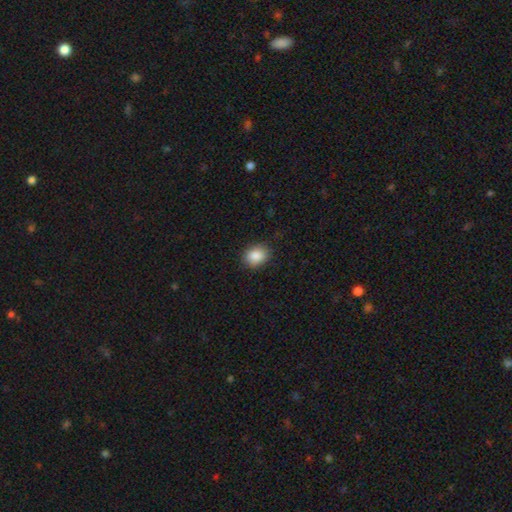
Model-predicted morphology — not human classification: This appears to be a smooth galaxy with no disk features (88%) that is in between round and cigar-shaped (50%). Merging: none (86%).